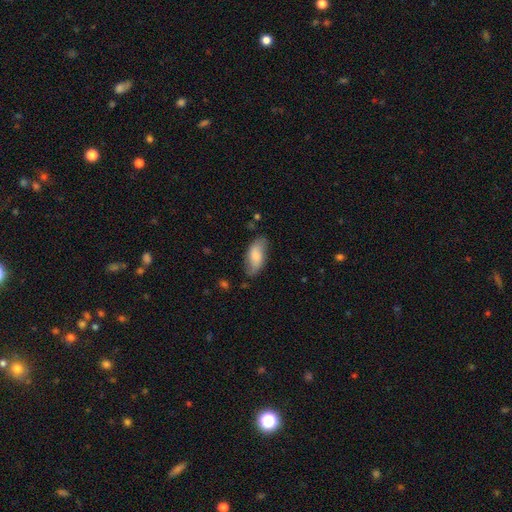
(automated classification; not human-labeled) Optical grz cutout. It shows a smooth galaxy with no disk features (65%) that is in between round and cigar-shaped (86%). Merging: none (74%).